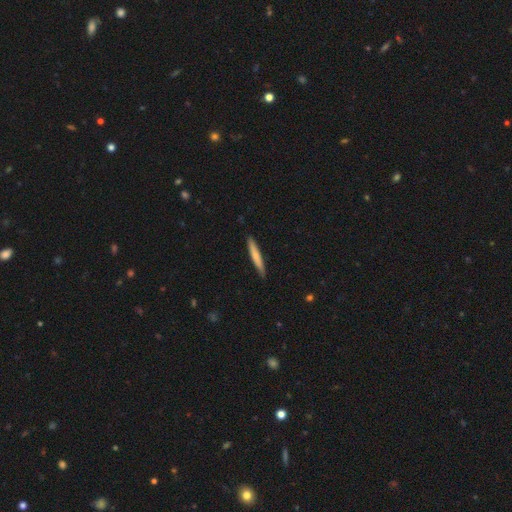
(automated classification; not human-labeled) Morphology: type=smooth (70%); roundness=cigar-shaped (95%); merging=none (89%).